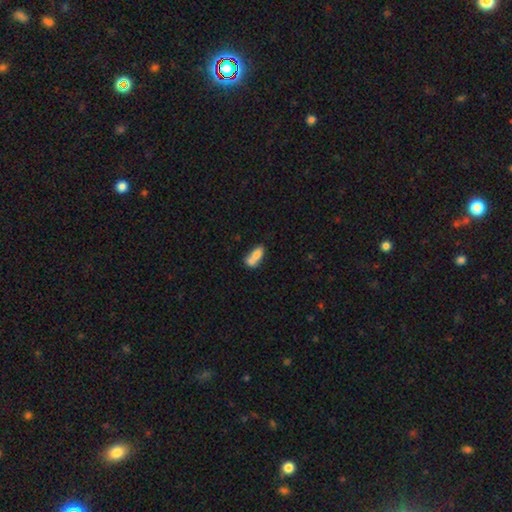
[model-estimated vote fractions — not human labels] This appears to be a smooth galaxy with no disk features (72%) that is in between round and cigar-shaped (81%). Merging: merger (59%).